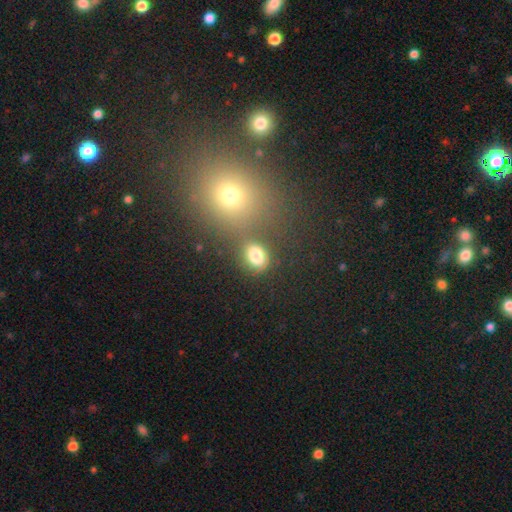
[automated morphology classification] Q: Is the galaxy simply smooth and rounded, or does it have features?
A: smooth — 79%.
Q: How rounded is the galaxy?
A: in between — 58%.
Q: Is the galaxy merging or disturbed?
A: none — 64%.